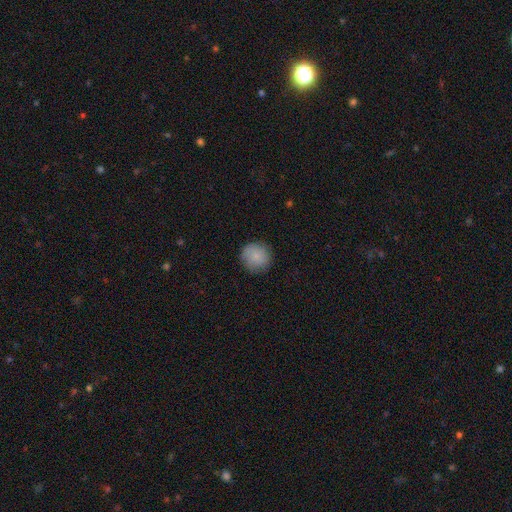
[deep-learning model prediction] Smooth or featured: smooth — 86% (star or artifact — 7%)
How rounded: round — 94% (in between — 5%)
Merging: none — 86% (minor disturbance — 11%)